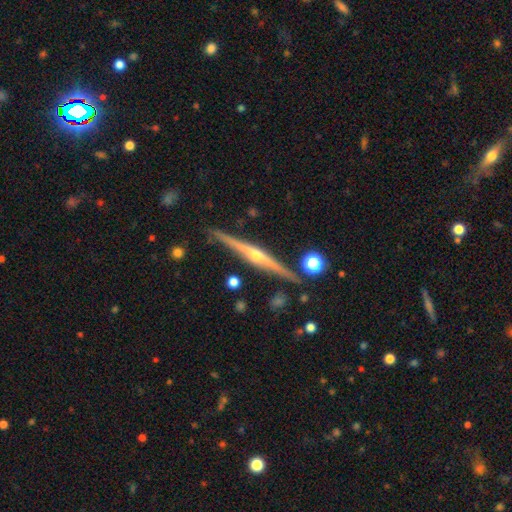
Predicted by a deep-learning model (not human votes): Smooth or featured: featured or disk — 83% (smooth — 11%)
Edge-on disk: yes — 98% (no — 2%)
Edge-on bulge: rounded — 90% (none — 7%)
Merging: none — 88% (minor disturbance — 8%)